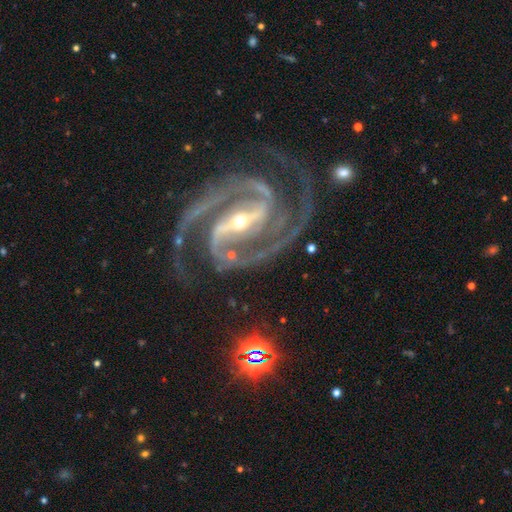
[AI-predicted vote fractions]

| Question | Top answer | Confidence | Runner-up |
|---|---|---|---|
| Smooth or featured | featured or disk | 94% | star or artifact (4%) |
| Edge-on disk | no | 98% | yes (2%) |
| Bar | strong | 78% | weak (16%) |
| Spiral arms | yes | 99% | no (1%) |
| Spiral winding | medium | 50% | tight (44%) |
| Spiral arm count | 2 | 87% | 3 (7%) |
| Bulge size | small | 67% | moderate (29%) |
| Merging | none | 77% | minor disturbance (14%) |